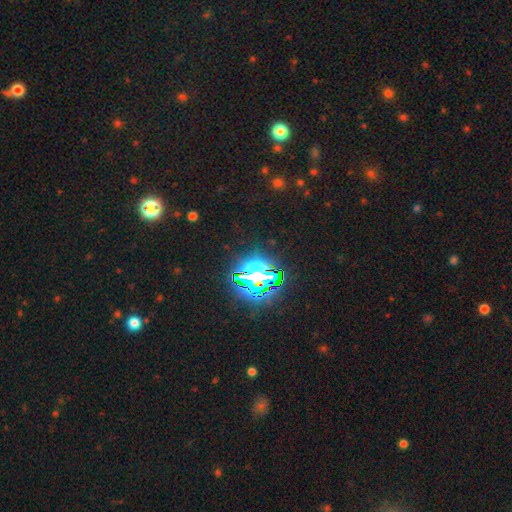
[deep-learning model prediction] This appears to be a star or artifact, not a galaxy (83%).